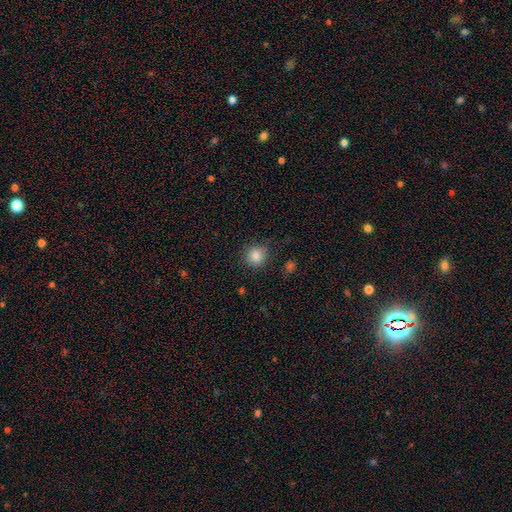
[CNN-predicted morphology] This is clearly a smooth galaxy (85%). How rounded: clearly round (90%). Merging: clearly none (82%).